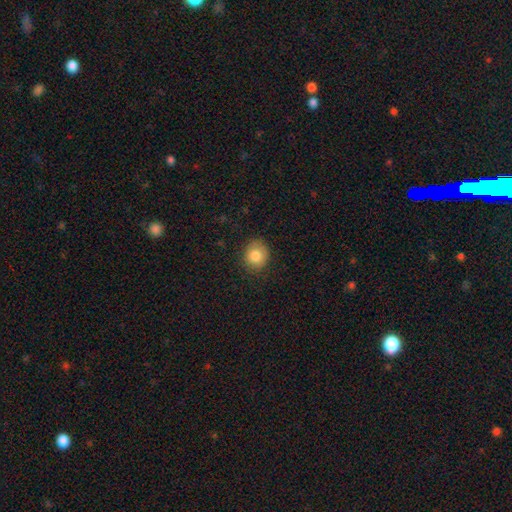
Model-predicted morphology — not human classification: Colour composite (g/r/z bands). It shows a smooth galaxy with no disk features (83%) that is round (73%). Merging: none (81%).